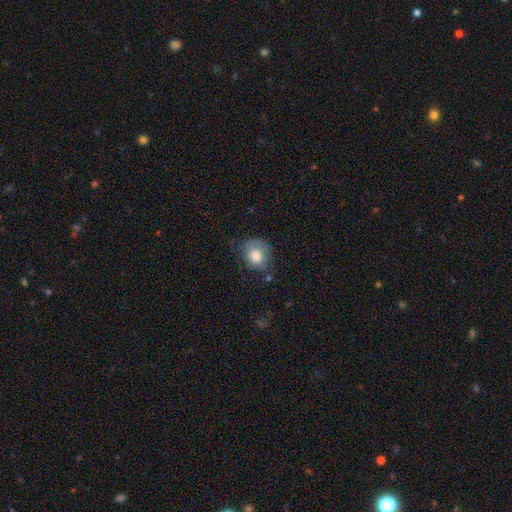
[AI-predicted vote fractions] The model was most divided on "how rounded": round: 61%, in between: 38%, cigar-shaped: 1%. More confident: smooth or featured — smooth (79%); merging — none (59%).